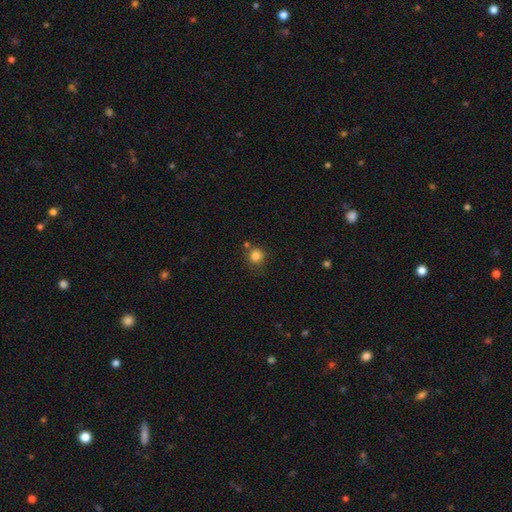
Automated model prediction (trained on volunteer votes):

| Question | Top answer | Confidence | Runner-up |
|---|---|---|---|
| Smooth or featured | smooth | 83% | star or artifact (12%) |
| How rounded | round | 91% | in between (8%) |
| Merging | none | 74% | minor disturbance (11%) |